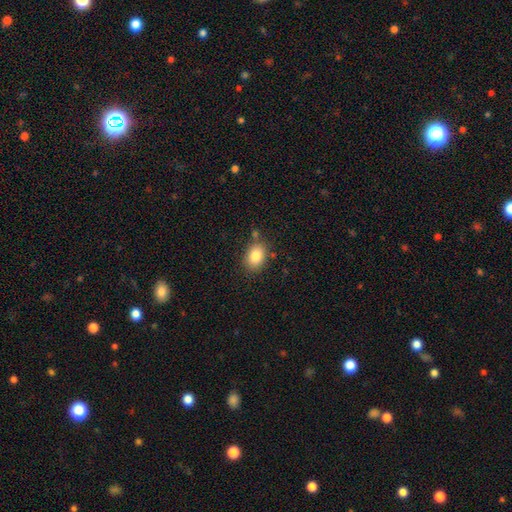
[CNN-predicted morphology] A smooth galaxy with no disk features (83%) that is in between round and cigar-shaped (72%). Merging: none (78%).